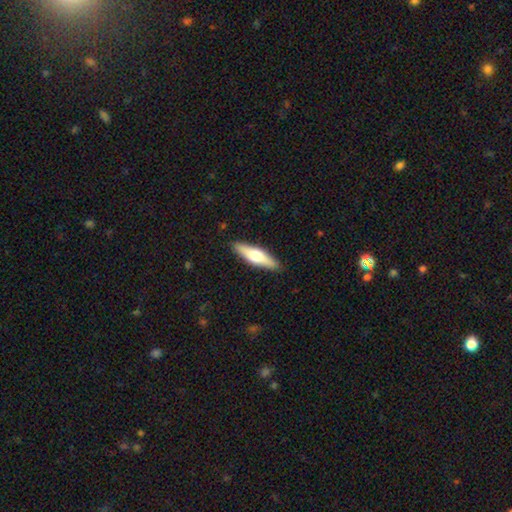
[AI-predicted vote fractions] smooth-or-featured: smooth: 52% | featured or disk: 43% | star or artifact: 5%
  how-rounded: cigar-shaped: 66% | in between: 32% | round: 2%
  merging: none: 90% | minor disturbance: 8% | major disturbance: 2% | merger: 1%